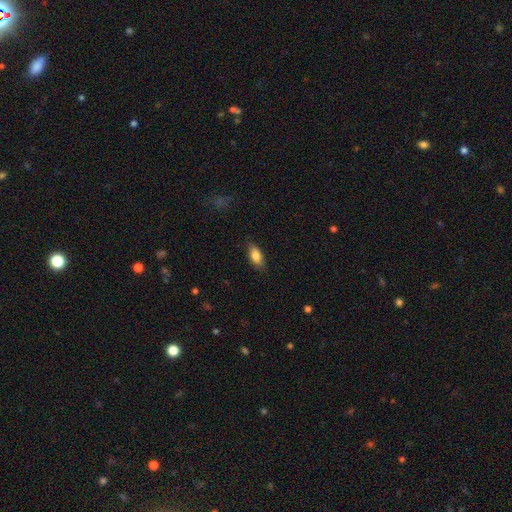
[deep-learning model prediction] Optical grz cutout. It shows a smooth galaxy with no disk features (83%) that is in between round and cigar-shaped (87%). Merging: none (83%).